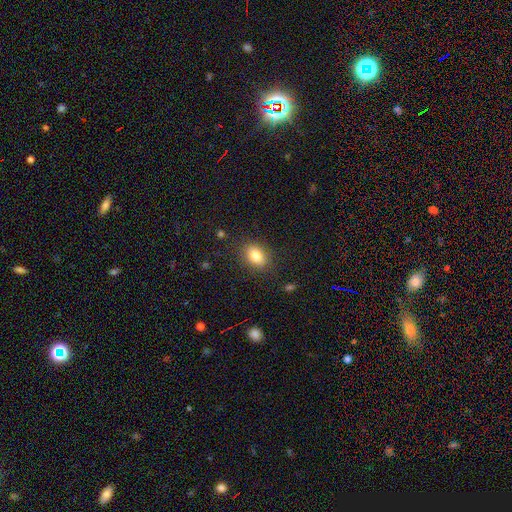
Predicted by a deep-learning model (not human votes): This is clearly a smooth galaxy (83%). How rounded: likely in between (74%). Merging: clearly none (85%).